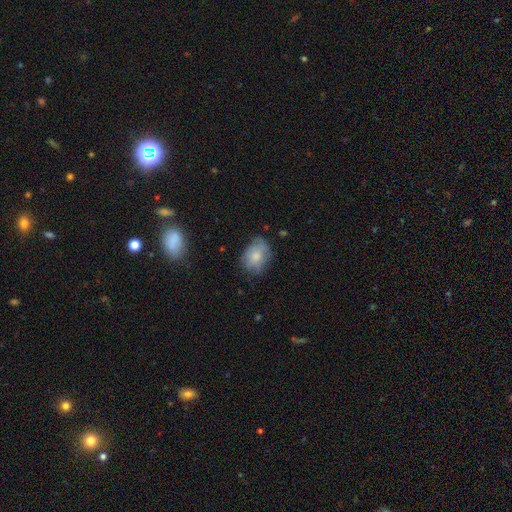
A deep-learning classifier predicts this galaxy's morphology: Q: Smooth or featured?
A: smooth (73%); runner-up: featured or disk (19%)
Q: How rounded?
A: in between (67%); runner-up: round (32%)
Q: Merging?
A: none (61%); runner-up: minor disturbance (29%)